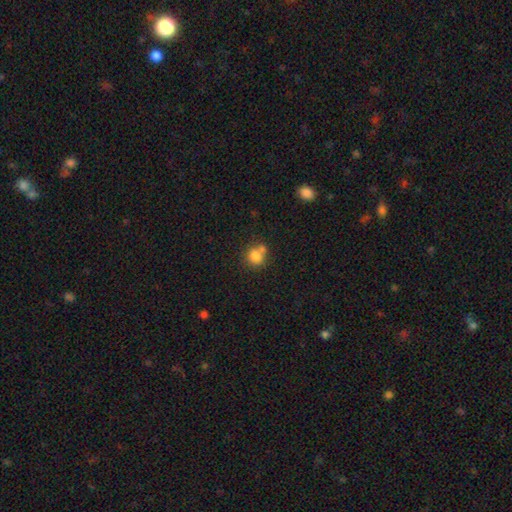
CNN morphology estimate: Smooth or featured: smooth — 80% (star or artifact — 11%)
How rounded: round — 75% (in between — 24%)
Merging: none — 50% (merger — 33%)